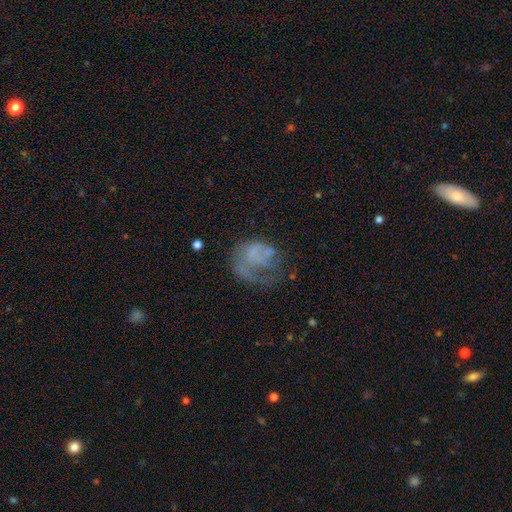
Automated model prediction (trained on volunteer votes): Smooth or featured? Predicted: featured or disk (p=0.55). Edge-on disk? Predicted: no (p=0.98). Bar? Predicted: no (p=0.87). Spiral arms? Predicted: no (p=0.61). Bulge size? Predicted: none (p=0.76). Merging? Predicted: major disturbance (p=0.45).